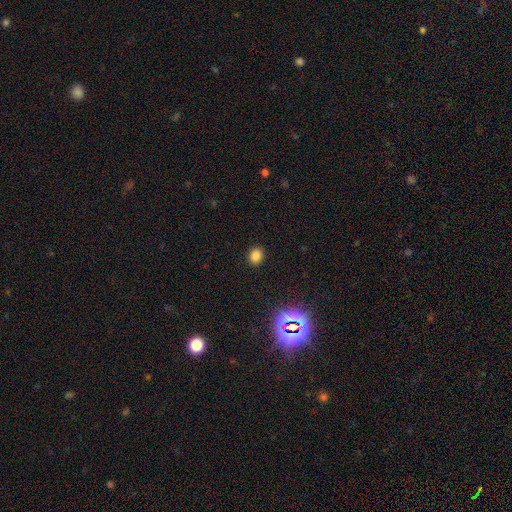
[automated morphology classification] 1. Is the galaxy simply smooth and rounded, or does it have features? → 80% smooth, 16% star or artifact, 4% featured or disk.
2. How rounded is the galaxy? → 58% round, 41% in between, 1% cigar-shaped.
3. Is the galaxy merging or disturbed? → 89% none, 7% minor disturbance, 2% major disturbance, 1% merger.